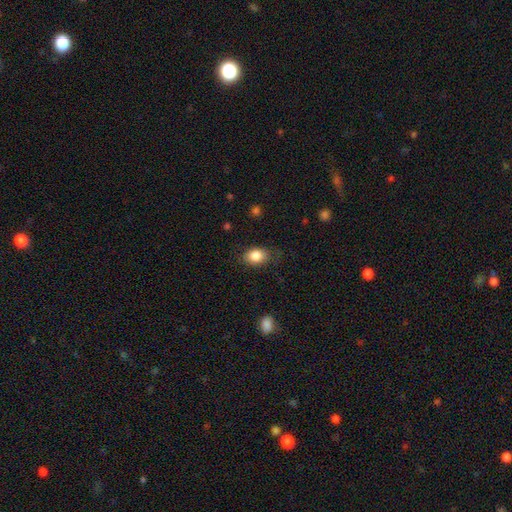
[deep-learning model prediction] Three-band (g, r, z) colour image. It shows a smooth galaxy with no disk features (86%) that is in between round and cigar-shaped (75%). Merging: none (75%).